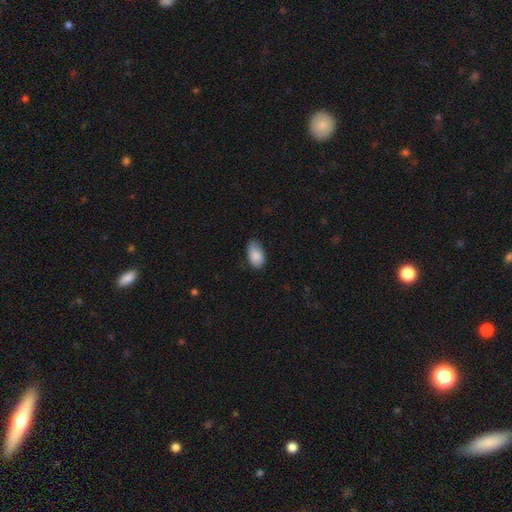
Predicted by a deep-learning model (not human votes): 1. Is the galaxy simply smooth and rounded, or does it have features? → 88% smooth, 7% star or artifact, 5% featured or disk.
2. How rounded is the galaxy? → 93% in between, 6% round, 1% cigar-shaped.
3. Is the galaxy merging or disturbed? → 73% none, 23% minor disturbance, 3% major disturbance, 1% merger.